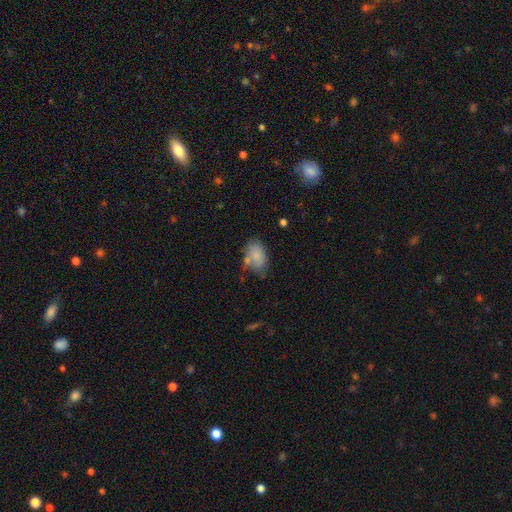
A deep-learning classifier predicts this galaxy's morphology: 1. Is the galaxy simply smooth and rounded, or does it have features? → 80% smooth, 11% featured or disk, 9% star or artifact.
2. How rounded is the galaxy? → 88% in between, 11% round, 1% cigar-shaped.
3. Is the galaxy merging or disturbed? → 55% none, 25% minor disturbance, 12% merger, 9% major disturbance.